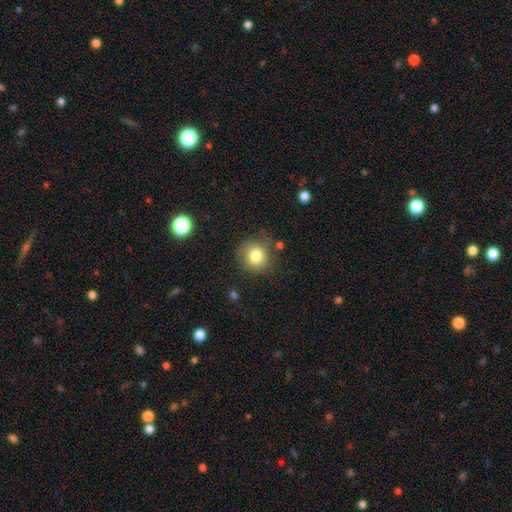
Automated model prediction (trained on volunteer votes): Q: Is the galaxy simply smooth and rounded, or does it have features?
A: smooth — 81%.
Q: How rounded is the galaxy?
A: round — 88%.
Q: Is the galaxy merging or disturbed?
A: none — 77%.